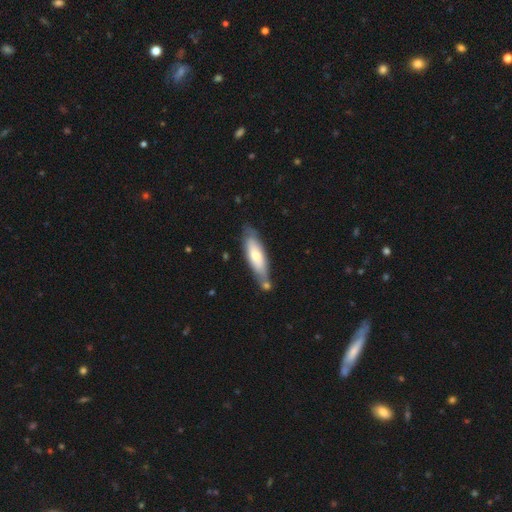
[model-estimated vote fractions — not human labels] Smooth or featured?
  - smooth: 56% *
  - featured or disk: 38%
  - star or artifact: 5%
How rounded?
  - cigar-shaped: 57% *
  - in between: 41%
  - round: 2%
Merging?
  - none: 63% *
  - minor disturbance: 20%
  - merger: 13%
  - major disturbance: 4%